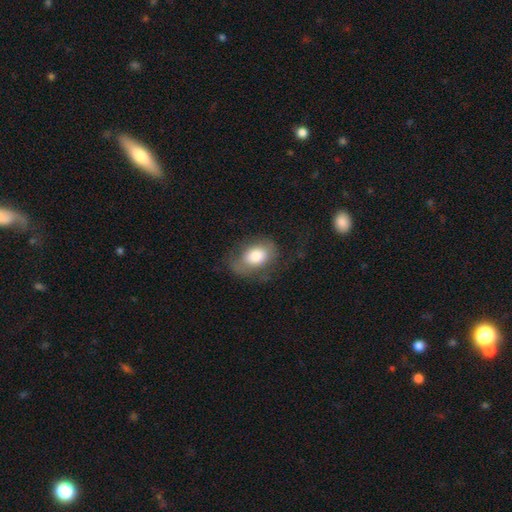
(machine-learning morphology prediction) smooth 71%, featured or disk 21%, star or artifact 8%. Down the decision tree: how rounded — in between (75%); merging — none (54%).